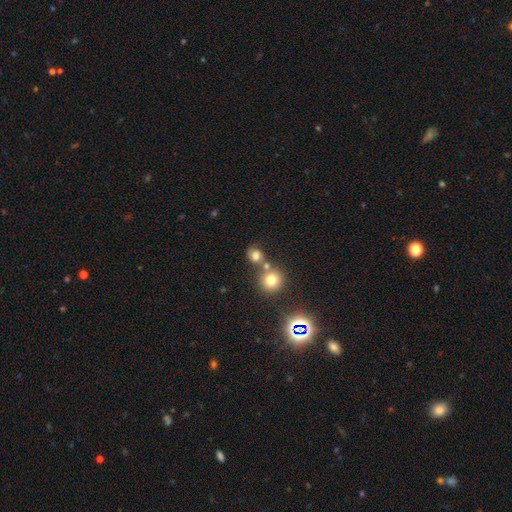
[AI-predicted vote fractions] The model was most divided on "merging": none: 52%, merger: 30%, minor disturbance: 12%, major disturbance: 6%. More confident: how rounded — round (75%); smooth or featured — smooth (72%).